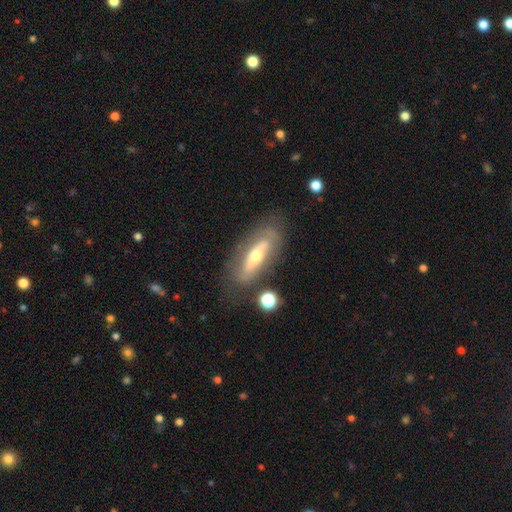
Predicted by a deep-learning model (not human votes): featured or disk 64%, smooth 29%, star or artifact 7%. Down the decision tree: edge-on disk — no (70%); merging — none (72%).